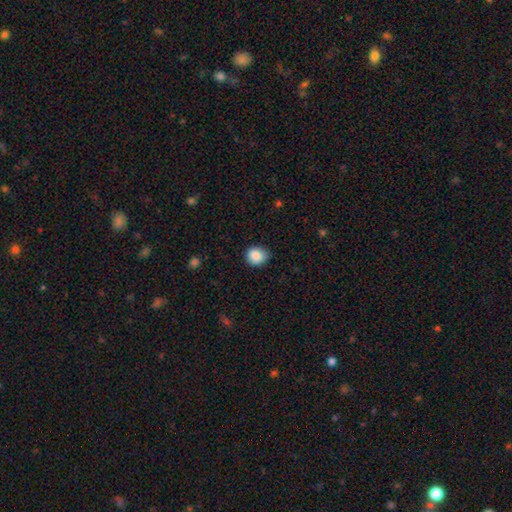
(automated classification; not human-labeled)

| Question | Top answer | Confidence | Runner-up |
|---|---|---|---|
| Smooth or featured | smooth | 88% | star or artifact (8%) |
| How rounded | round | 75% | in between (24%) |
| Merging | none | 81% | minor disturbance (15%) |